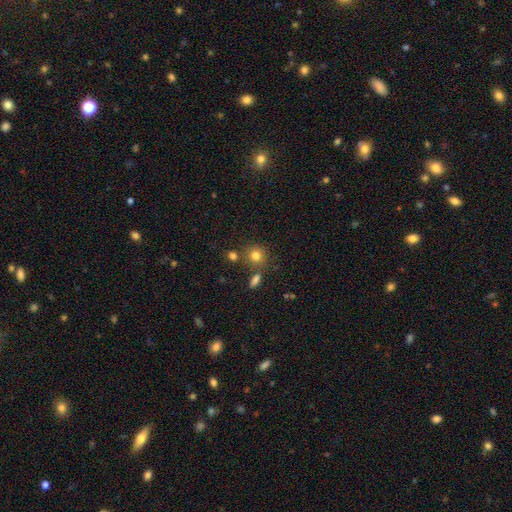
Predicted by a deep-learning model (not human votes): Smooth or featured?
  - smooth: 79% *
  - star or artifact: 13%
  - featured or disk: 8%
How rounded?
  - round: 86% *
  - in between: 13%
  - cigar-shaped: 1%
Merging?
  - none: 73% *
  - merger: 12%
  - minor disturbance: 11%
  - major disturbance: 4%